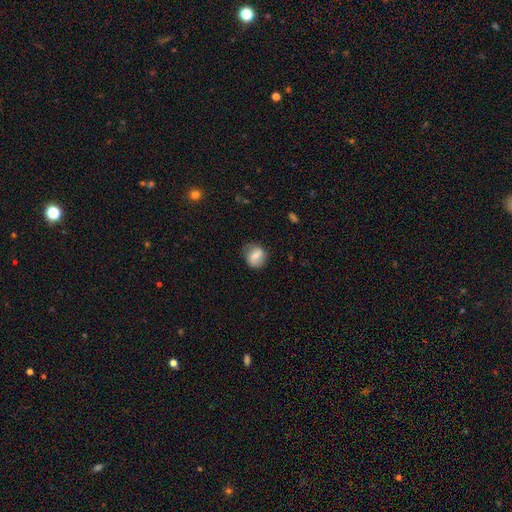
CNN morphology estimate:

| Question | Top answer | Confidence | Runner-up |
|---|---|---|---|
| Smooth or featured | smooth | 62% | featured or disk (29%) |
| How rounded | round | 74% | in between (25%) |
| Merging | none | 74% | minor disturbance (18%) |